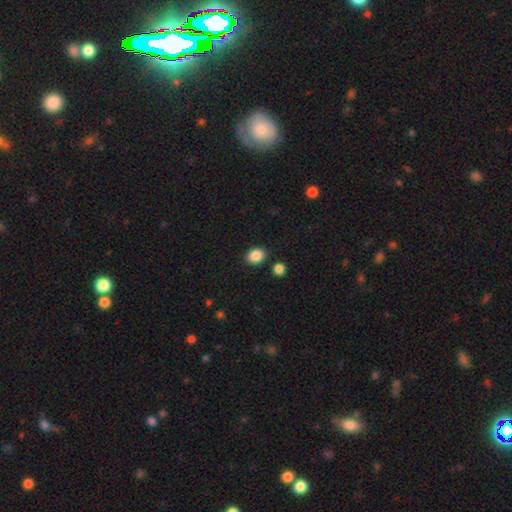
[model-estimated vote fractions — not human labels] Smooth or featured? smooth (88%)
How rounded? in between (59%)
Merging? none (85%)